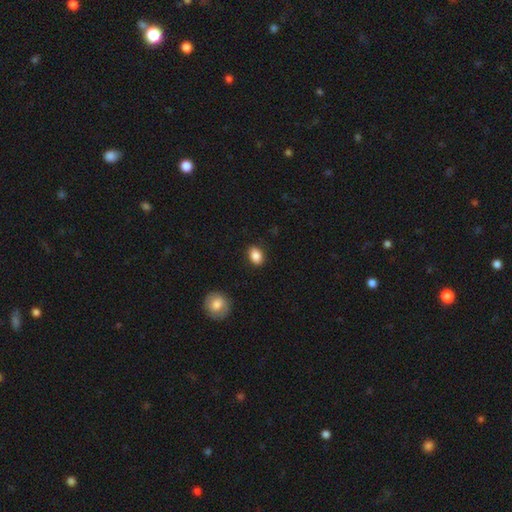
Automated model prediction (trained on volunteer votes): Smooth or featured?
  - smooth: 87% *
  - star or artifact: 8%
  - featured or disk: 5%
How rounded?
  - in between: 76% *
  - round: 23%
  - cigar-shaped: 1%
Merging?
  - none: 87% *
  - minor disturbance: 9%
  - major disturbance: 2%
  - merger: 1%